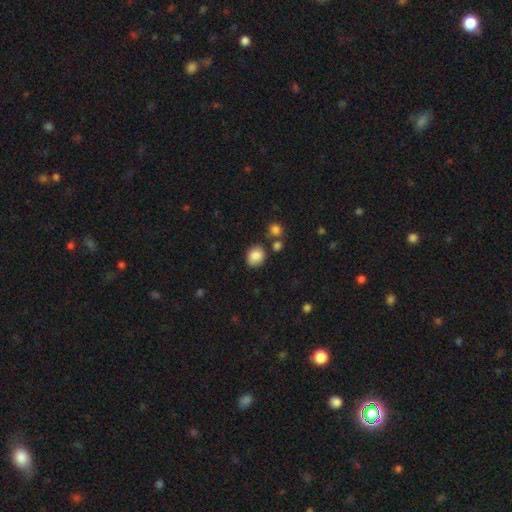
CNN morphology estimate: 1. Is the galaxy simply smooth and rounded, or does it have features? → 87% smooth, 9% star or artifact, 5% featured or disk.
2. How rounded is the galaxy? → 64% round, 35% in between, 1% cigar-shaped.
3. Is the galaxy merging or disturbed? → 77% none, 12% minor disturbance, 7% merger, 4% major disturbance.